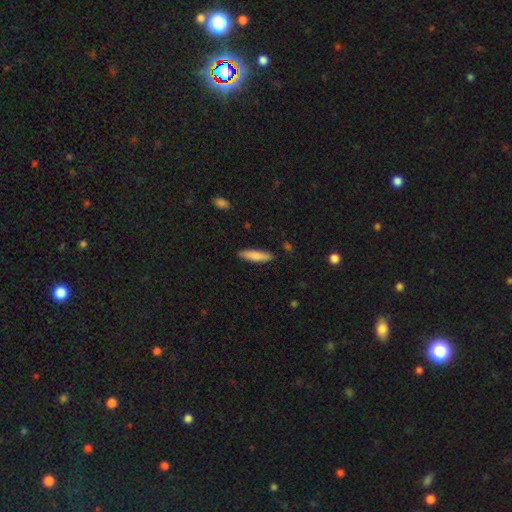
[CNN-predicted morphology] type=smooth (82%); roundness=cigar-shaped (77%); merging=none (87%).